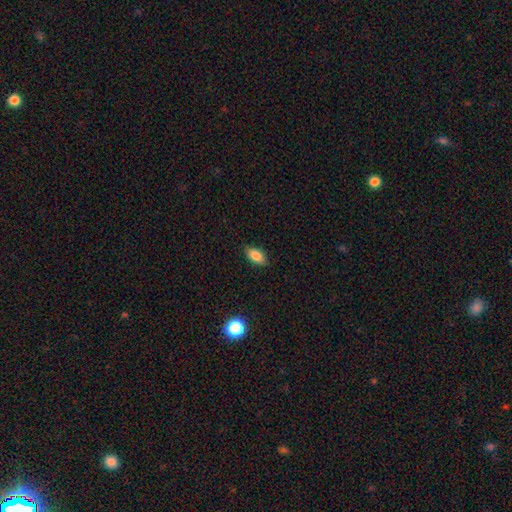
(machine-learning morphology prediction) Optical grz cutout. It shows a smooth galaxy with no disk features (84%) that is in between round and cigar-shaped (89%). Merging: none (86%).